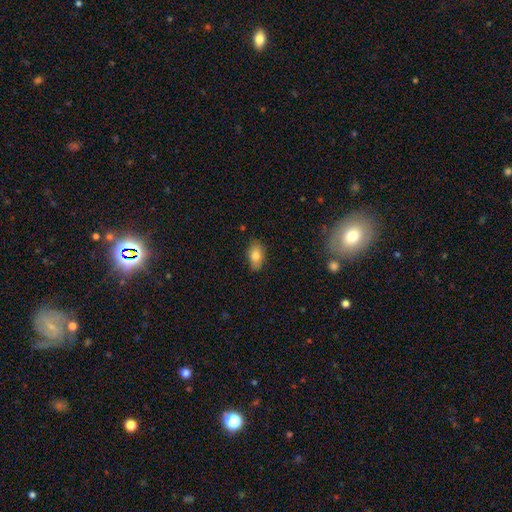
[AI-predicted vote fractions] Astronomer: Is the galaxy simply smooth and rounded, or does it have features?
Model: smooth — 80%.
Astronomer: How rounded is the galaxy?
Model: in between — 88%.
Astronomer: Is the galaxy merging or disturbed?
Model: none — 83%.